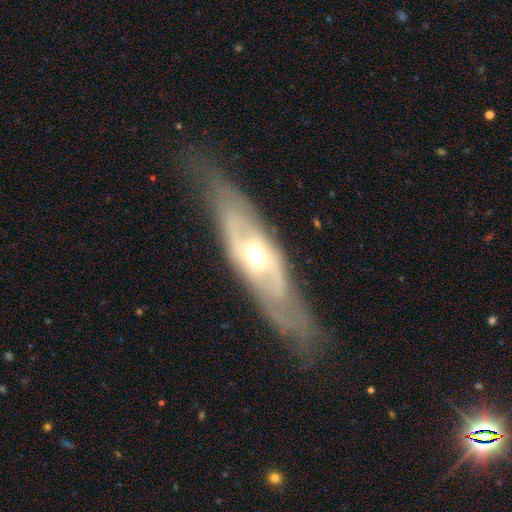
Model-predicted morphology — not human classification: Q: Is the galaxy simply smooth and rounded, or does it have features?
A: featured or disk — 74%.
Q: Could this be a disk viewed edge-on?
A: no — 72%.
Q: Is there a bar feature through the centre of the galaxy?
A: no — 48%.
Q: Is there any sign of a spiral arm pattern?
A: yes — 59%.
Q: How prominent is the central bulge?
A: moderate — 68%.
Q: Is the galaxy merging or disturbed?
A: none — 72%.